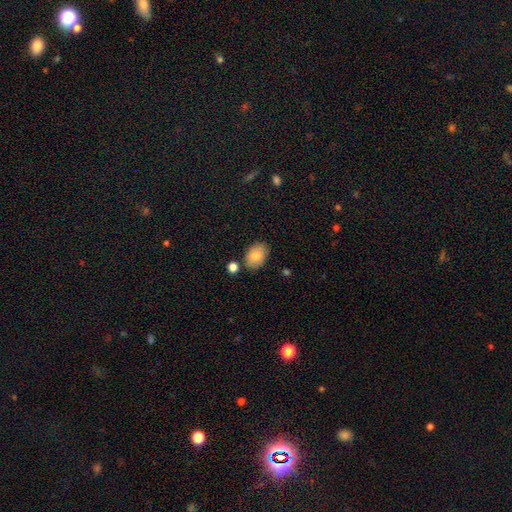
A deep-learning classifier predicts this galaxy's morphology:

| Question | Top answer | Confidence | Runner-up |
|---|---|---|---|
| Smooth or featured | smooth | 83% | featured or disk (10%) |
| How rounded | in between | 83% | round (16%) |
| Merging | none | 79% | minor disturbance (13%) |